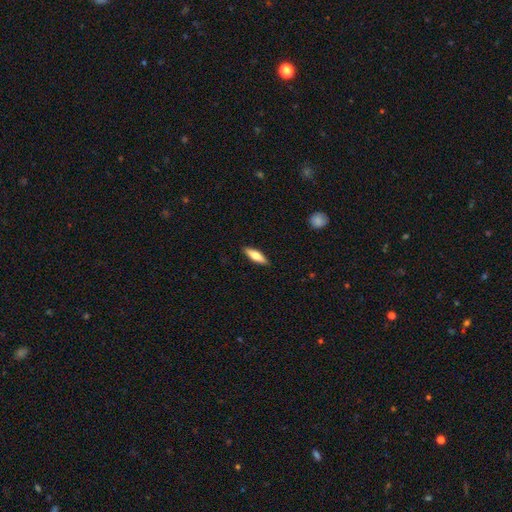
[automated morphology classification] Overall: smooth (68%). How rounded: cigar-shaped (58%; in between 40%). Merging: none (90%).